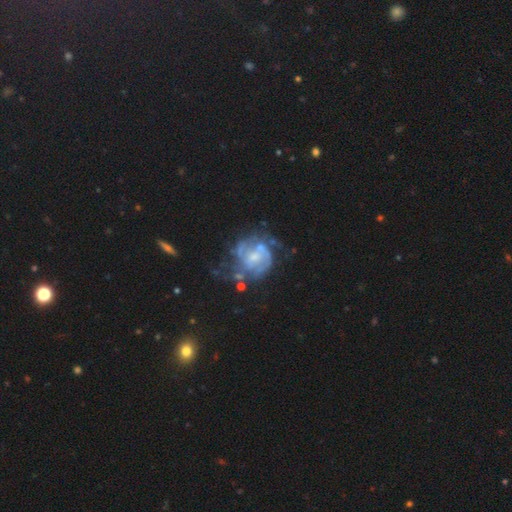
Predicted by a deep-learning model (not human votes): Overall: featured or disk (81%). Edge-on disk: no (98%). Bar: no (59%; weak 34%). Spiral arms: yes (82%). Spiral arm count: 2 (45%; can't tell 30%). Spiral winding: medium (42%; tight 41%). Bulge size: moderate (47%; small 35%). Merging: none (49%; minor disturbance 22%).